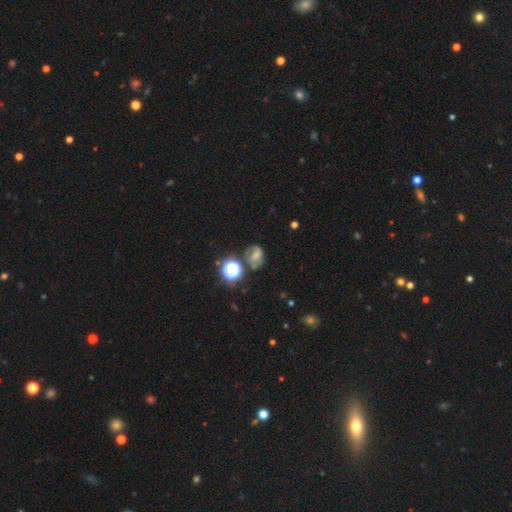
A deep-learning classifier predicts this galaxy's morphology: Smooth or featured?
  - smooth: 41% *
  - featured or disk: 35%
  - star or artifact: 23%
Merging?
  - none: 57% *
  - minor disturbance: 21%
  - major disturbance: 12%
  - merger: 10%